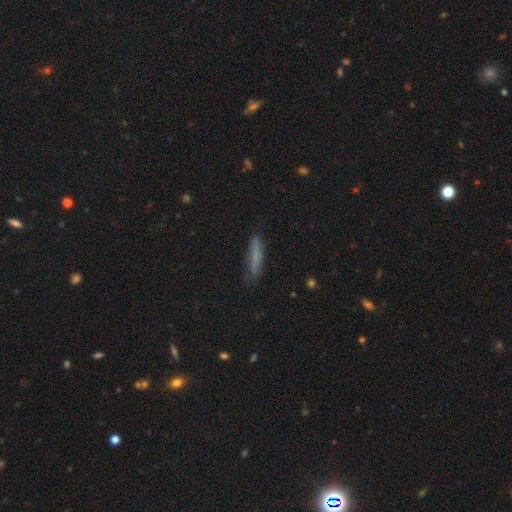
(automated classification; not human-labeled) A smooth galaxy with no disk features (70%) that is cigar-shaped (87%). Merging: none (73%).